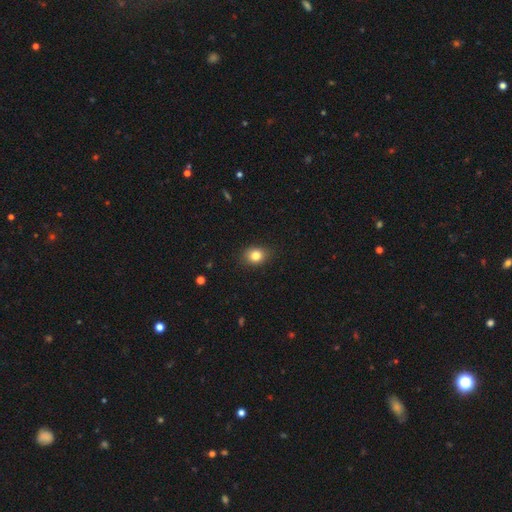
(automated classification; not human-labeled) A smooth galaxy with no disk features (82%) that is round (56%). Merging: none (86%).